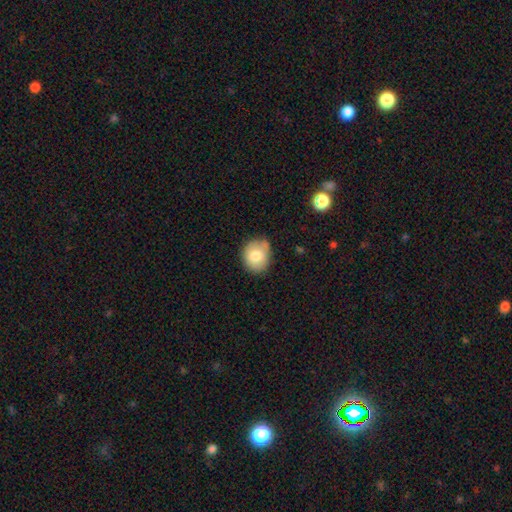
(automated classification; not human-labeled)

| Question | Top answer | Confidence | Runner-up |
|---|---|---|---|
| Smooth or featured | smooth | 79% | featured or disk (13%) |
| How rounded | round | 63% | in between (36%) |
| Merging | none | 69% | minor disturbance (22%) |